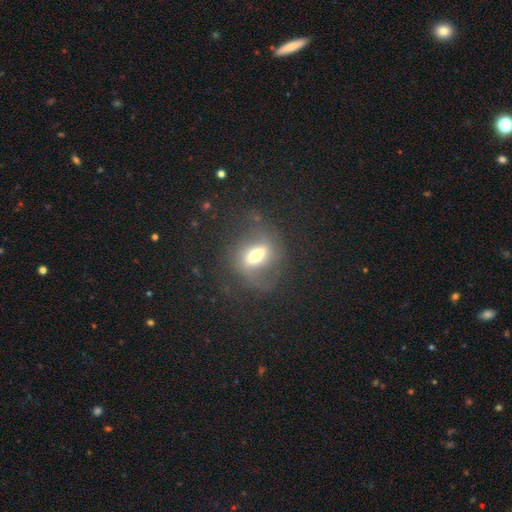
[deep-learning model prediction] featured or disk 48%, smooth 40%, star or artifact 11%. Down the decision tree: merging — none (58%).